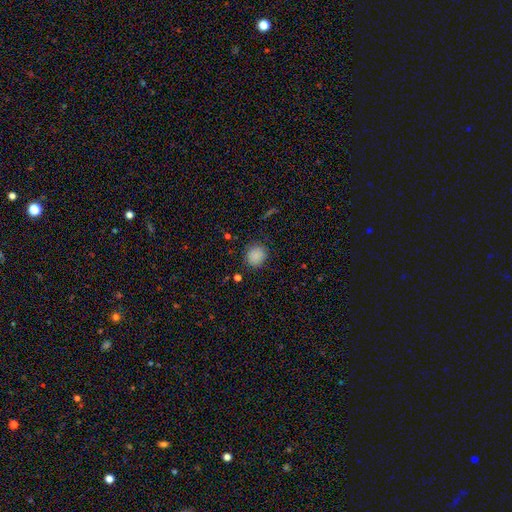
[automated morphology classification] Smooth or featured? smooth (86%)
How rounded? round (81%)
Merging? none (85%)